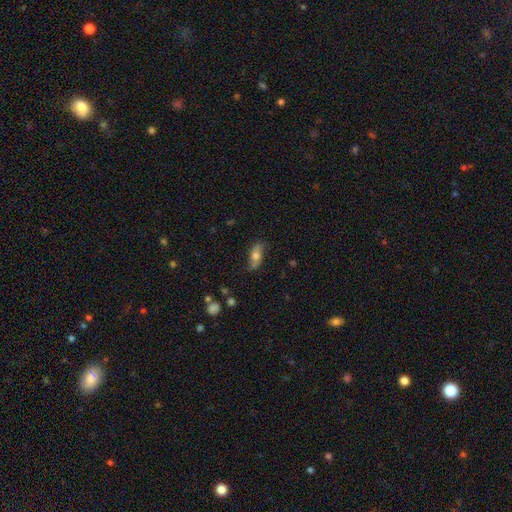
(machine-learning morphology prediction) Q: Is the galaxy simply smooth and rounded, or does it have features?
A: smooth — 60%.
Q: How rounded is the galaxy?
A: in between — 73%.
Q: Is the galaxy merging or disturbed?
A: none — 76%.